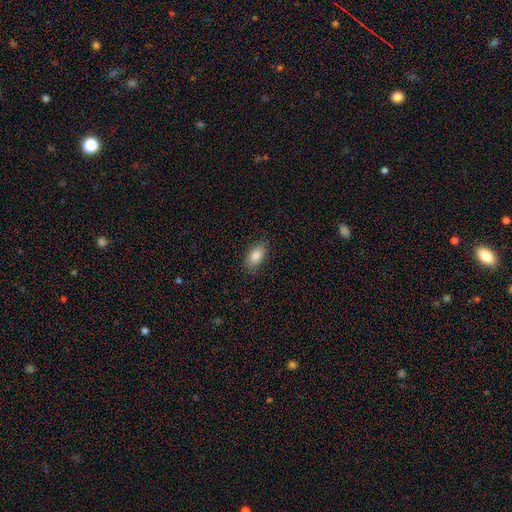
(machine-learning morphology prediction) Overall: smooth (86%). How rounded: in between (91%). Merging: none (83%).